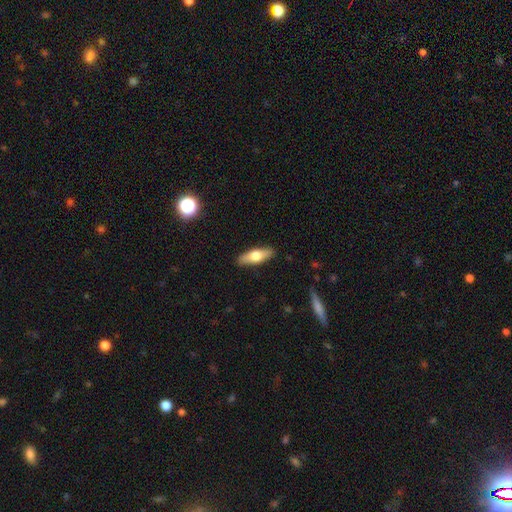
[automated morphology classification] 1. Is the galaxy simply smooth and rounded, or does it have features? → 60% smooth, 34% featured or disk, 6% star or artifact.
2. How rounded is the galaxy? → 54% in between, 43% cigar-shaped, 3% round.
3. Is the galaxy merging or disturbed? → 89% none, 8% minor disturbance, 2% major disturbance, 1% merger.